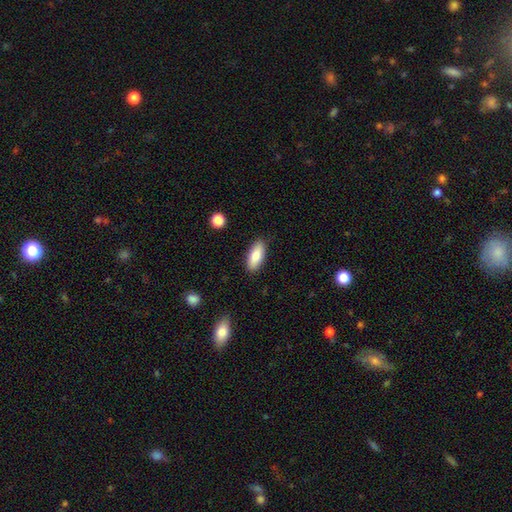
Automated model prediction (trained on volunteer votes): Smooth or featured? Predicted: smooth (p=0.82). How rounded? Predicted: in between (p=0.79). Merging? Predicted: none (p=0.87).